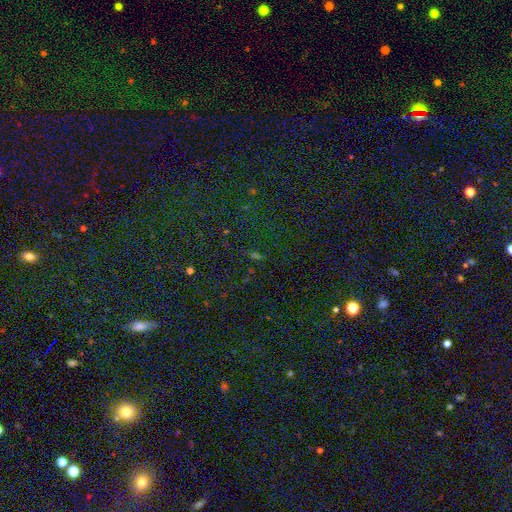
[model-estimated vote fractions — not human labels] Smooth or featured? Predicted: star or artifact (p=0.71).